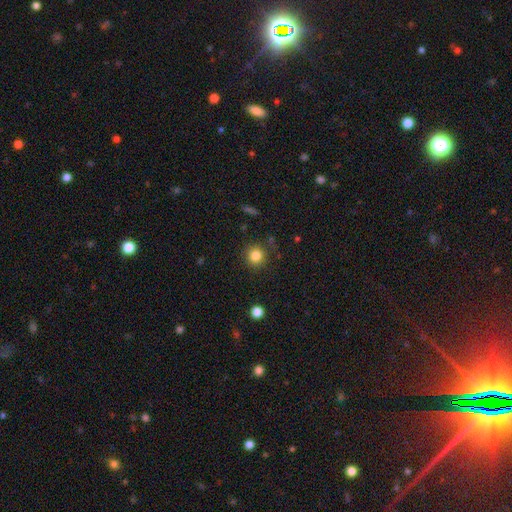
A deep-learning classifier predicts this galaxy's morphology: This appears to be a smooth galaxy with no disk features (83%) that is round (93%). Merging: none (88%).